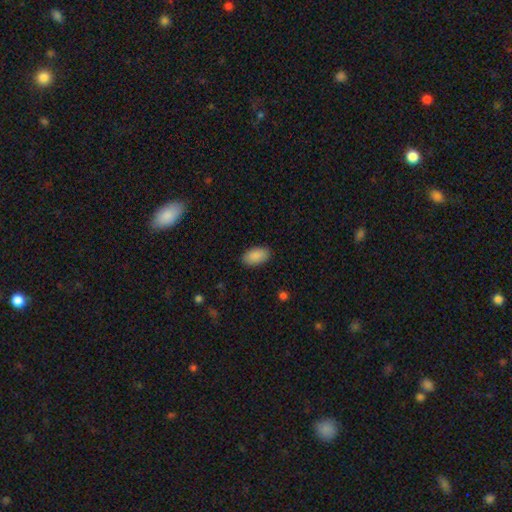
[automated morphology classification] The model was most divided on "merging": none: 89%, minor disturbance: 8%, major disturbance: 2%, merger: 1%. More confident: how rounded — in between (95%); smooth or featured — smooth (90%).